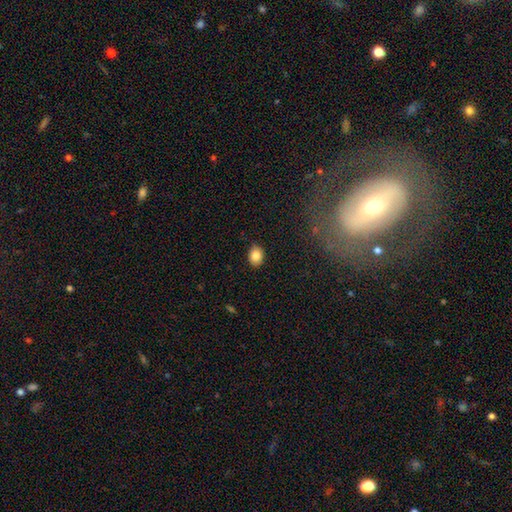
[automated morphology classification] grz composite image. It shows a smooth galaxy with no disk features (85%) that is in between round and cigar-shaped (57%). Merging: none (86%).